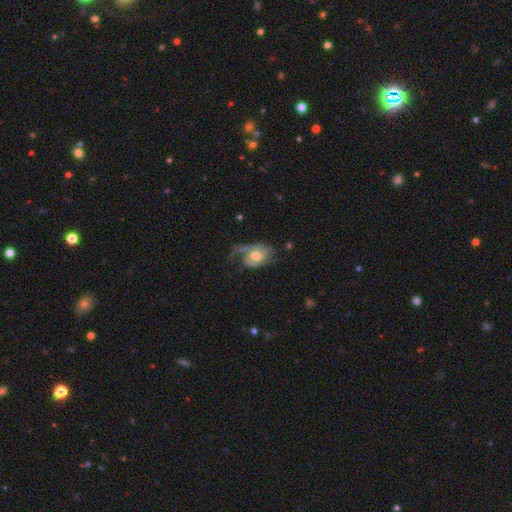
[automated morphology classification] smooth_or_featured: featured or disk (p=0.70) [alt: smooth p=0.24]
disk_edge_on: no (p=0.96) [alt: yes p=0.04]
bar: no (p=0.62) [alt: weak p=0.31]
has_spiral_arms: yes (p=0.86) [alt: no p=0.14]
spiral_winding: medium (p=0.40) [alt: tight p=0.31]
spiral_arm_count: 2 (p=0.53) [alt: 1 p=0.32]
bulge_size: moderate (p=0.66) [alt: large p=0.22]
merging: none (p=0.41) [alt: major disturbance p=0.31]